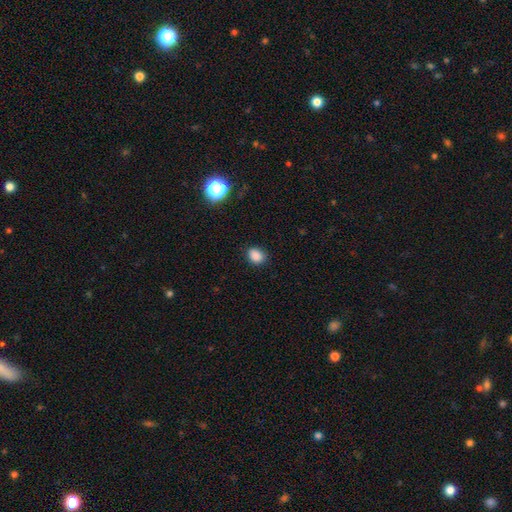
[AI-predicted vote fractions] A smooth galaxy with no disk features (86%) that is in between round and cigar-shaped (55%).

Vote fractions:
- Smooth or featured? smooth: 86% / star or artifact: 11% / featured or disk: 3%
- How rounded? in between: 55% / round: 44% / cigar-shaped: 1%
- Merging? none: 84% / minor disturbance: 12% / major disturbance: 3% / merger: 1%